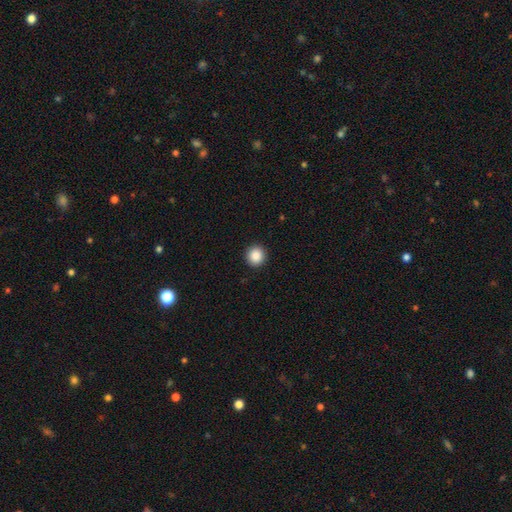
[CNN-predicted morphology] A smooth galaxy with no disk features (88%) that is round (92%). Merging: none (92%).